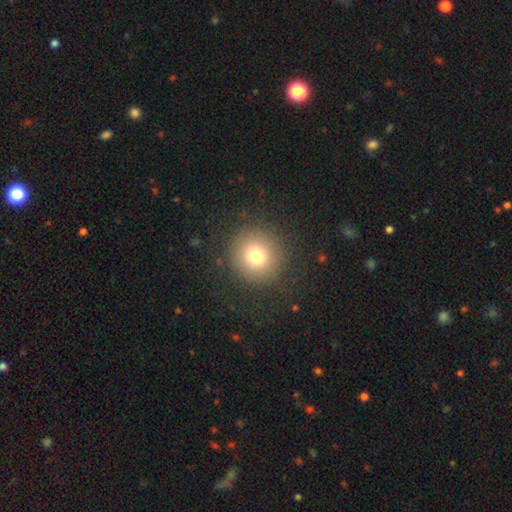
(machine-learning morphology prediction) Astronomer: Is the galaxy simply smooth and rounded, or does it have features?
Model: smooth — 75%.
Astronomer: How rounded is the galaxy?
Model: round — 95%.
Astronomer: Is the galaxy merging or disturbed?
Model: none — 88%.